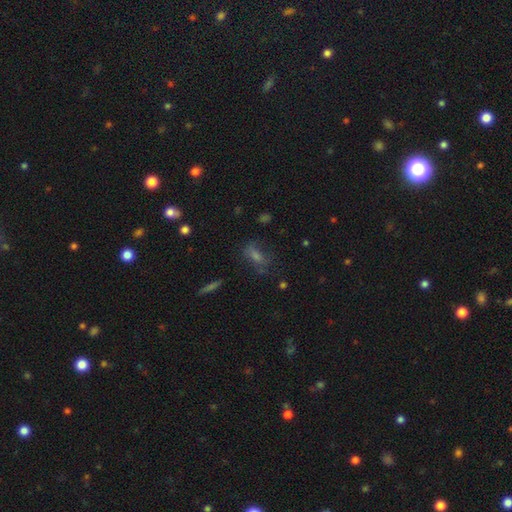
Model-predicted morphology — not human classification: smooth_or_featured: smooth (p=0.47) [alt: star or artifact p=0.29]
merging: none (p=0.63) [alt: minor disturbance p=0.20]